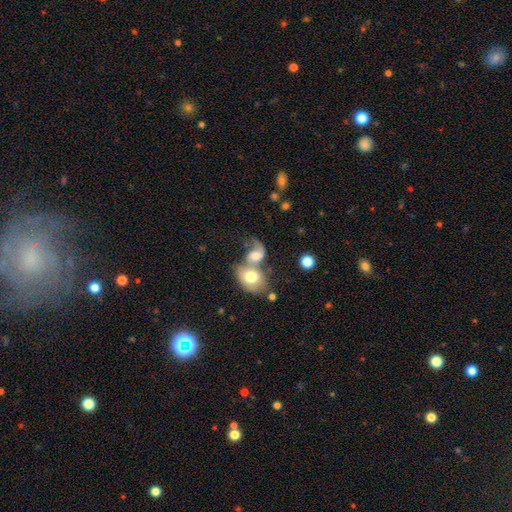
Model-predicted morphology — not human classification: The model was most divided on "smooth or featured": smooth: 52%, featured or disk: 39%, star or artifact: 9%. More confident: merging — merger (68%); how rounded — in between (65%).